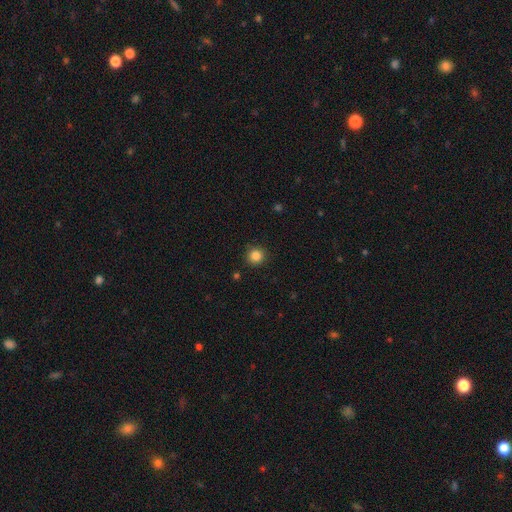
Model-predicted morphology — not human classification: Smooth or featured? Predicted: smooth (p=0.85). How rounded? Predicted: round (p=0.94). Merging? Predicted: none (p=0.91).